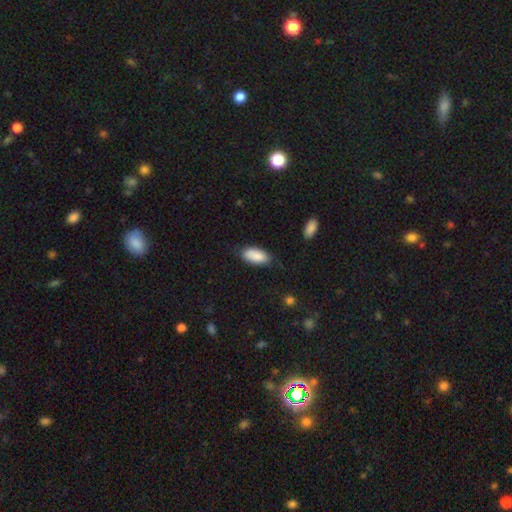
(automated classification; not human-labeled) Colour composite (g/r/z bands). It shows a smooth galaxy with no disk features (88%) that is in between round and cigar-shaped (91%). Merging: none (74%).